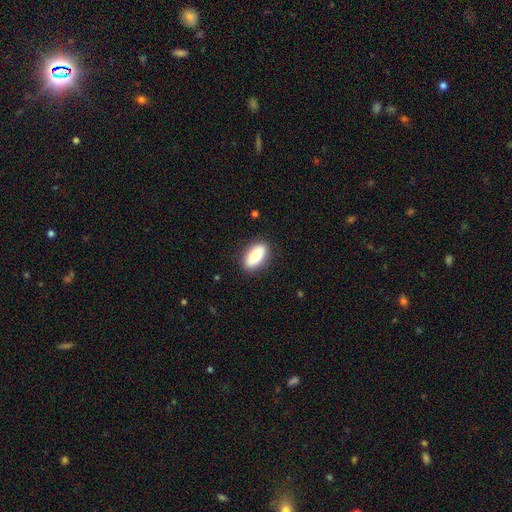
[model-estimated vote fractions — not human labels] Q: Smooth or featured?
A: smooth (85%); runner-up: featured or disk (8%)
Q: How rounded?
A: in between (89%); runner-up: cigar-shaped (7%)
Q: Merging?
A: none (87%); runner-up: minor disturbance (10%)